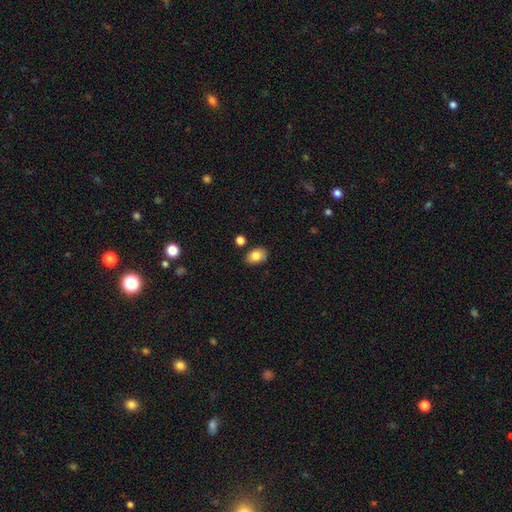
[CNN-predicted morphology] smooth 83%, featured or disk 9%, star or artifact 8%. Down the decision tree: how rounded — in between (81%); merging — none (79%).